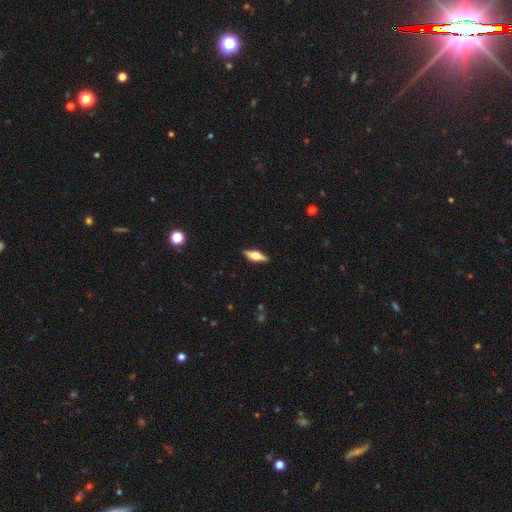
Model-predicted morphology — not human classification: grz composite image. It shows a featured or disk galaxy (53%) viewed edge-on (93%). Merging: none (89%).